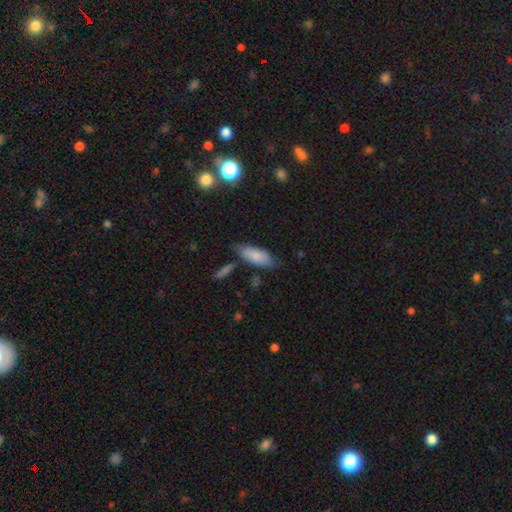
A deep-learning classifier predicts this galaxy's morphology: A smooth galaxy with no disk features (82%) that is in between round and cigar-shaped (76%).

Vote fractions:
- Smooth or featured? smooth: 82% / featured or disk: 13% / star or artifact: 6%
- How rounded? in between: 76% / cigar-shaped: 22% / round: 2%
- Merging? none: 70% / minor disturbance: 19% / merger: 7% / major disturbance: 4%